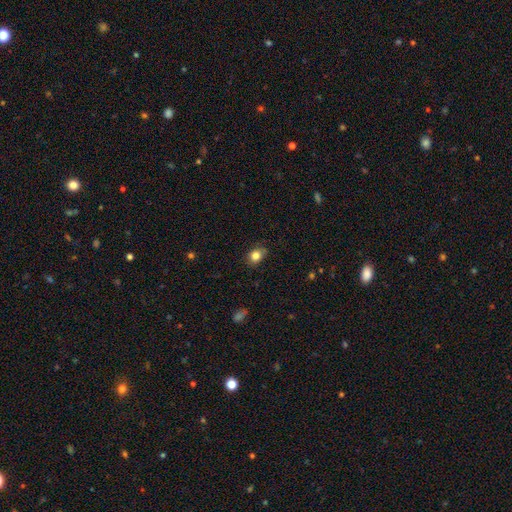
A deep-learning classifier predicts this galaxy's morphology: Smooth or featured?
  - smooth: 83% *
  - star or artifact: 10%
  - featured or disk: 7%
How rounded?
  - in between: 53% *
  - round: 46%
  - cigar-shaped: 1%
Merging?
  - none: 78% *
  - minor disturbance: 17%
  - major disturbance: 3%
  - merger: 1%